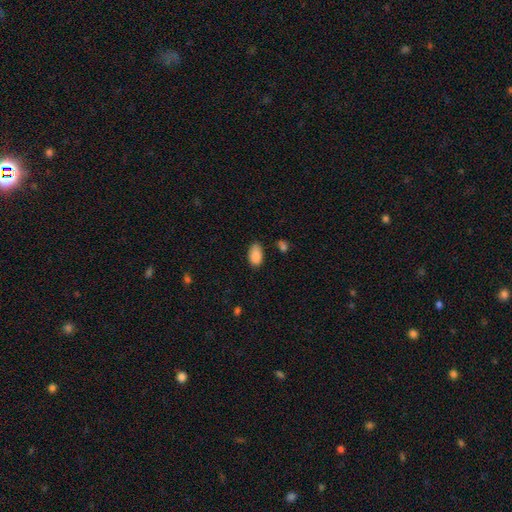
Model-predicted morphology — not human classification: Overall: smooth (89%). How rounded: in between (93%). Merging: none (73%).